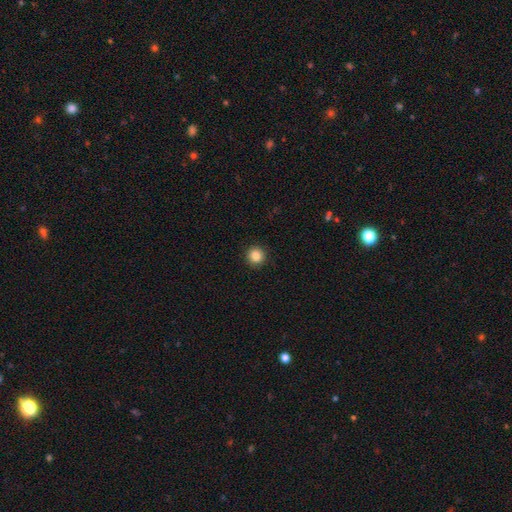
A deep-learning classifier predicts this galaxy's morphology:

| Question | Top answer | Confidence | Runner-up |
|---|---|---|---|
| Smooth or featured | smooth | 85% | star or artifact (10%) |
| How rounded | round | 94% | in between (5%) |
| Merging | none | 93% | minor disturbance (5%) |